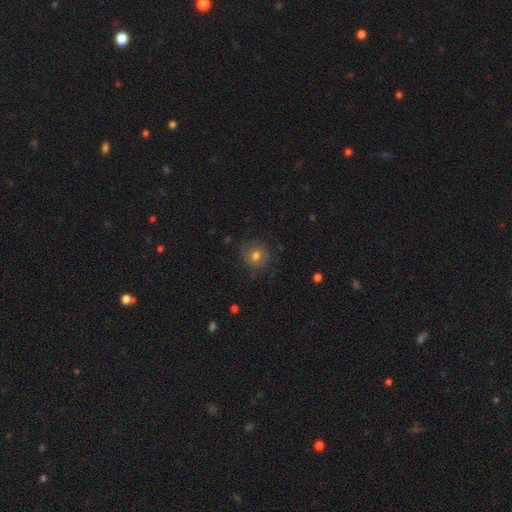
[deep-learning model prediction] The model was most divided on "smooth or featured": smooth: 70%, featured or disk: 19%, star or artifact: 11%. More confident: how rounded — round (88%); merging — none (79%).